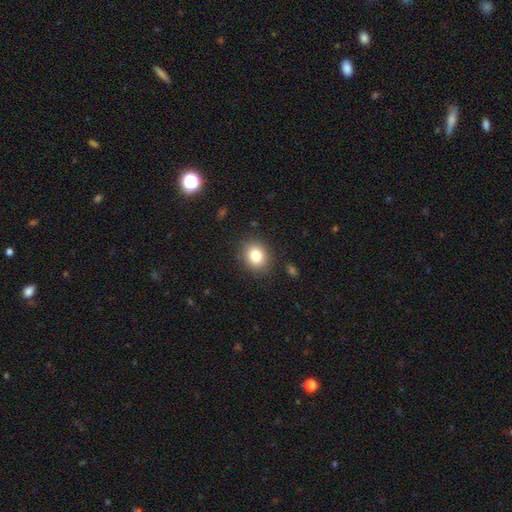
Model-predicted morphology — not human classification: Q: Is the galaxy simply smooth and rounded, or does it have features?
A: smooth — 83%.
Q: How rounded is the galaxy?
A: round — 61%.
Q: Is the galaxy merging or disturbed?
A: none — 86%.